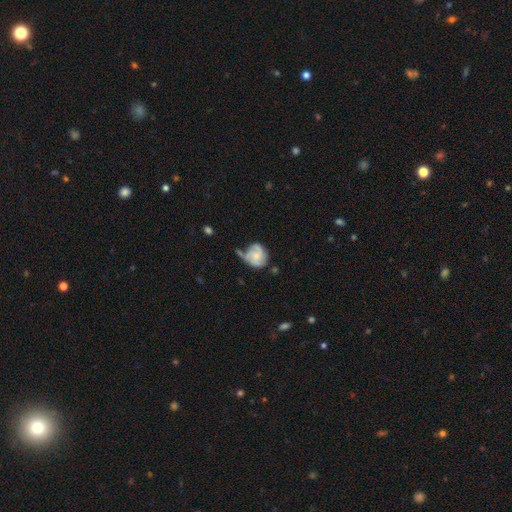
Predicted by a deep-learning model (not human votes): Morphology: type=featured or disk (51%); edge-on=no (98%); merging=none (39%).